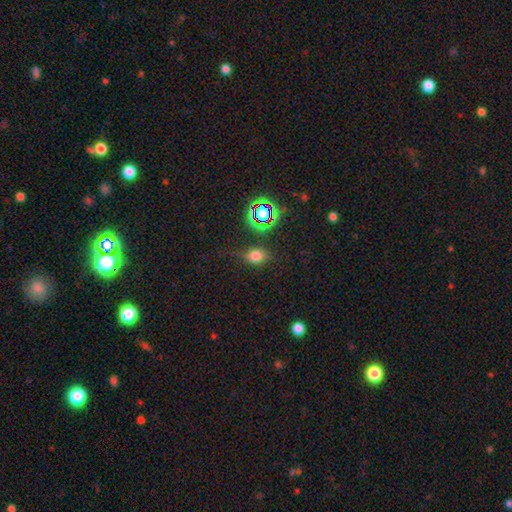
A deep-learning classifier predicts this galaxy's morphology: Smooth or featured? Predicted: smooth (p=0.66). How rounded? Predicted: in between (p=0.58). Merging? Predicted: none (p=0.73).